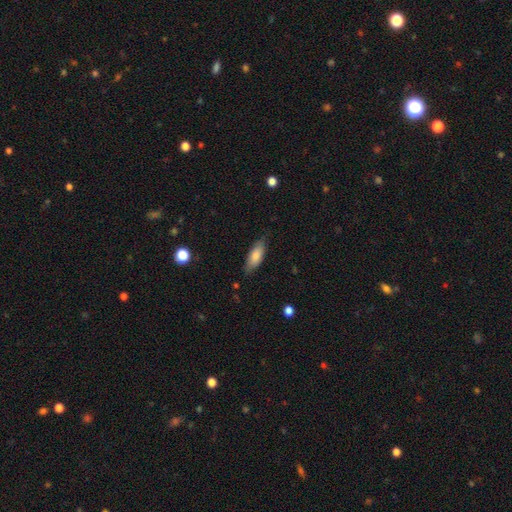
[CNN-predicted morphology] smooth-or-featured: smooth: 80% | featured or disk: 14% | star or artifact: 6%
  how-rounded: in between: 69% | cigar-shaped: 29% | round: 2%
  merging: none: 80% | minor disturbance: 16% | major disturbance: 3% | merger: 1%